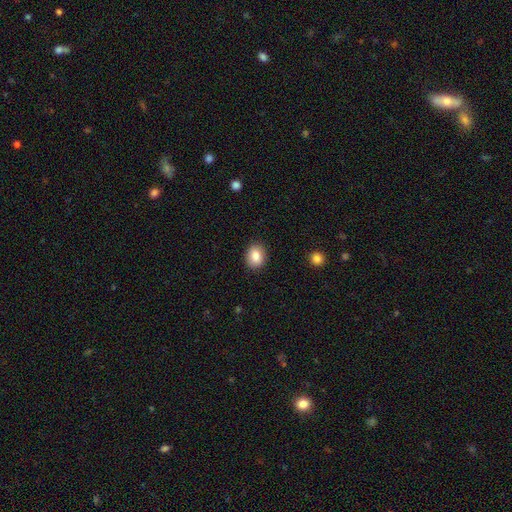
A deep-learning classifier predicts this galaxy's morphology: Smooth or featured? smooth (84%)
How rounded? in between (54%)
Merging? none (89%)